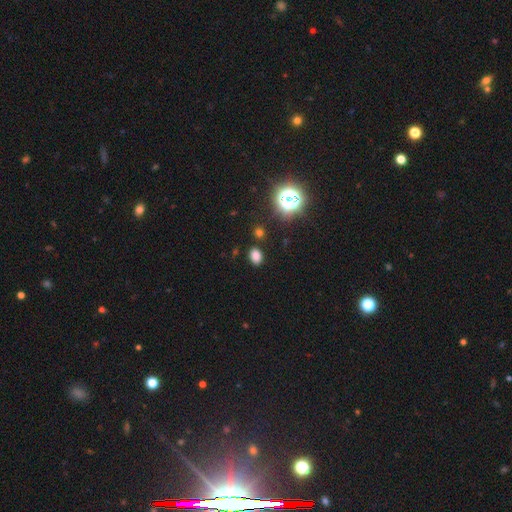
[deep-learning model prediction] Smooth or featured: smooth — 76% (star or artifact — 19%)
How rounded: in between — 73% (round — 26%)
Merging: none — 85% (minor disturbance — 9%)